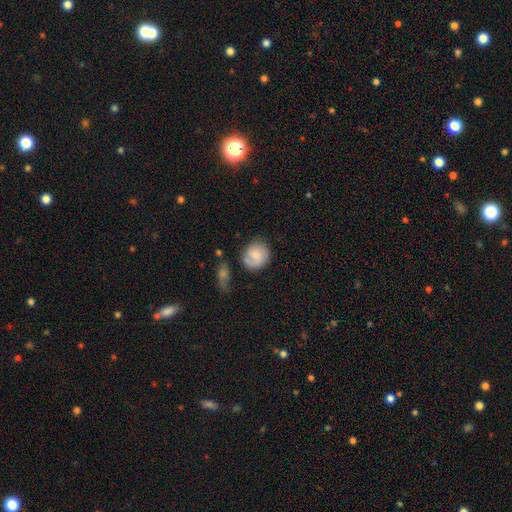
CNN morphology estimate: This appears to be a smooth galaxy with no disk features (66%) that is round (76%). Merging: none (60%).